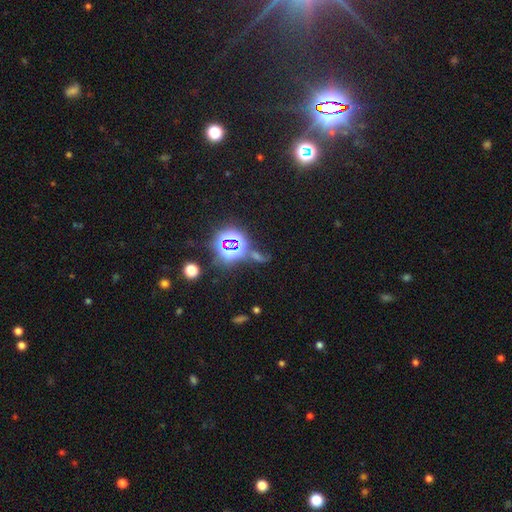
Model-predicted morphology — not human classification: This is likely a star or artifact rather than a galaxy (72%).